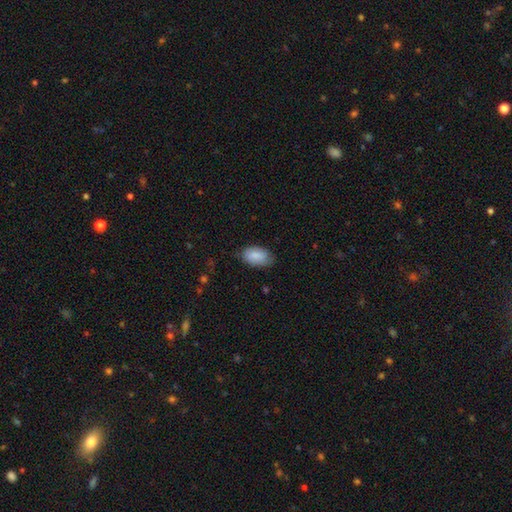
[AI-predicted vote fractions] smooth_or_featured: smooth (p=0.85) [alt: featured or disk p=0.09]
how_rounded: in between (p=0.94) [alt: round p=0.05]
merging: none (p=0.74) [alt: minor disturbance p=0.21]